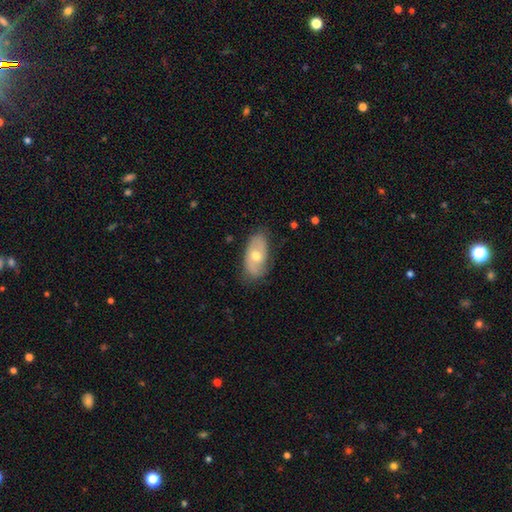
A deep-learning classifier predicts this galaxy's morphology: Smooth or featured? smooth (48%)
Merging? none (74%)